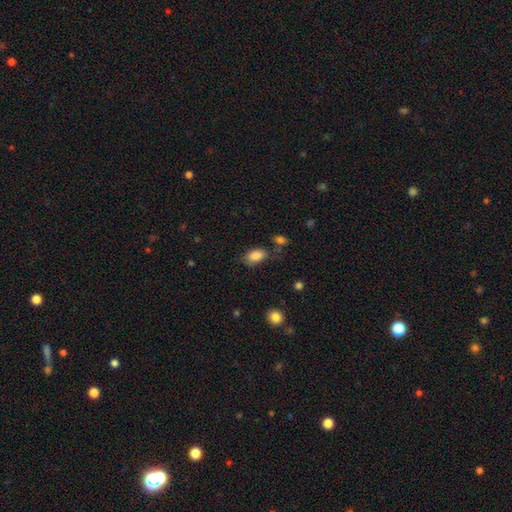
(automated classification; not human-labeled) The model was most divided on "merging": none: 71%, minor disturbance: 18%, major disturbance: 6%, merger: 5%. More confident: how rounded — in between (91%); smooth or featured — smooth (86%).